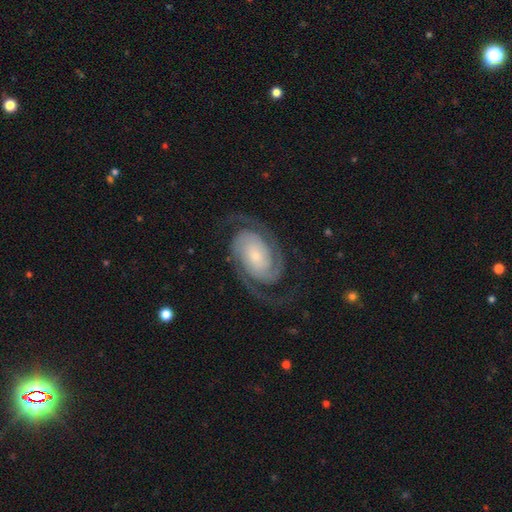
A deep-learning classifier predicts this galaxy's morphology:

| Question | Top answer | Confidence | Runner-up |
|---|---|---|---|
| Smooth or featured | featured or disk | 91% | smooth (5%) |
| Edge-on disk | no | 97% | yes (3%) |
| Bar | no | 64% | weak (24%) |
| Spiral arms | yes | 98% | no (2%) |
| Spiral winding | tight | 54% | medium (37%) |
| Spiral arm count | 2 | 92% | can't tell (3%) |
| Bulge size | small | 69% | moderate (18%) |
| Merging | none | 77% | minor disturbance (12%) |